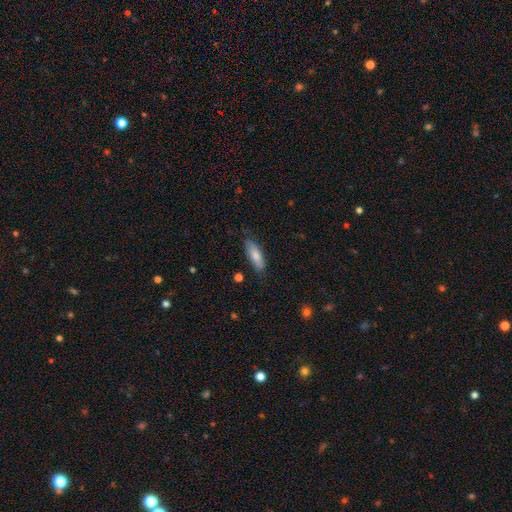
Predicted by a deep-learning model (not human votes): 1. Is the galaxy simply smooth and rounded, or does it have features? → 80% smooth, 14% featured or disk, 6% star or artifact.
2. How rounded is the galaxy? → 54% in between, 44% cigar-shaped, 2% round.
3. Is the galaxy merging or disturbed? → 79% none, 16% minor disturbance, 3% major disturbance, 2% merger.